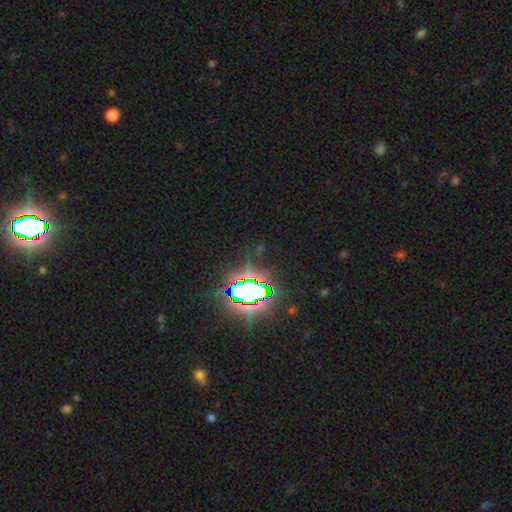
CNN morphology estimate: type=star or artifact (82%).